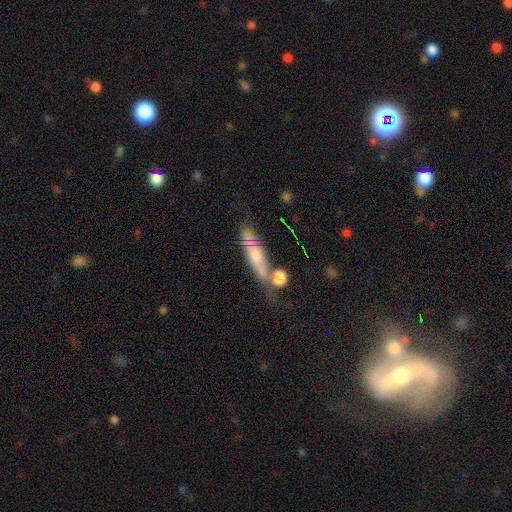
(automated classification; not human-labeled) This is possibly a featured or disk galaxy (47%). Merging: possibly none (48%).